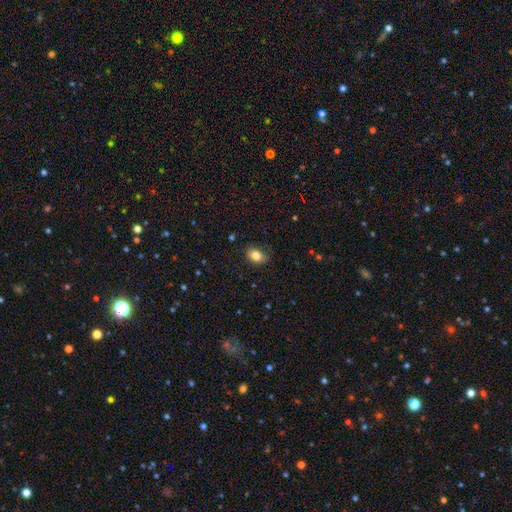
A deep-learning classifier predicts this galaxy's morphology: smooth_or_featured: smooth (p=0.81) [alt: star or artifact p=0.10]
how_rounded: in between (p=0.67) [alt: round p=0.32]
merging: none (p=0.80) [alt: minor disturbance p=0.16]